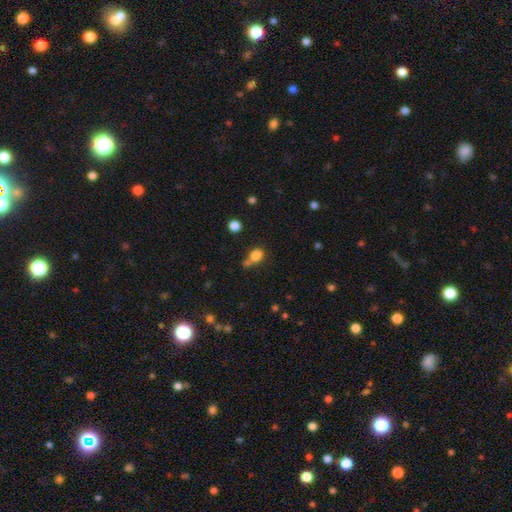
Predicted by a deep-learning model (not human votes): Smooth or featured: smooth — 81% (star or artifact — 12%)
How rounded: in between — 60% (round — 38%)
Merging: none — 44% (merger — 31%)